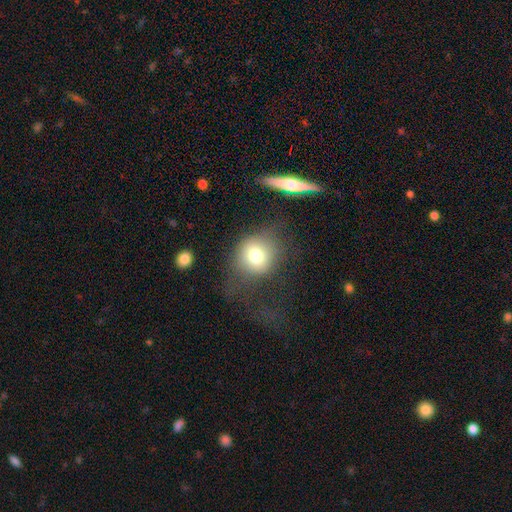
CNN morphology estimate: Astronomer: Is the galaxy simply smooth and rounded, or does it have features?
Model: smooth — 72%.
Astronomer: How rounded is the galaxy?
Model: round — 77%.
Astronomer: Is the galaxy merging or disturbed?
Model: none — 55%.